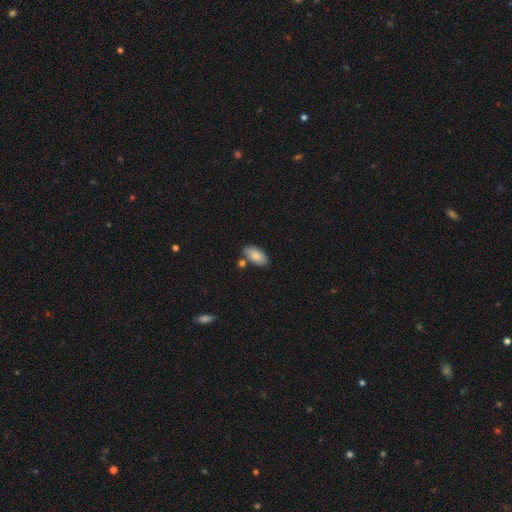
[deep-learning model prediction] Morphology: type=smooth (80%); roundness=in between (93%); merging=none (73%).